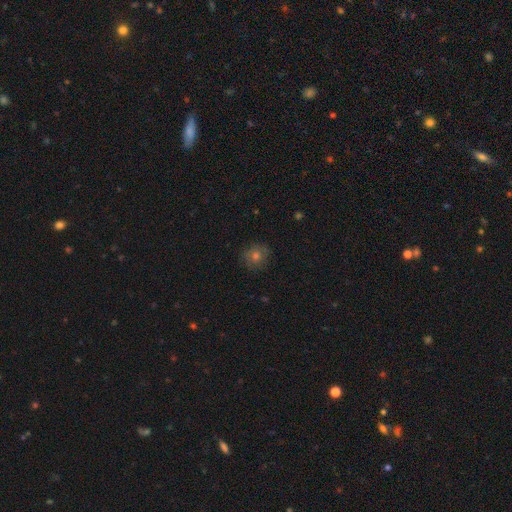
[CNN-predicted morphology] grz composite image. It shows a smooth galaxy with no disk features (59%) that is round (86%). Merging: none (84%).